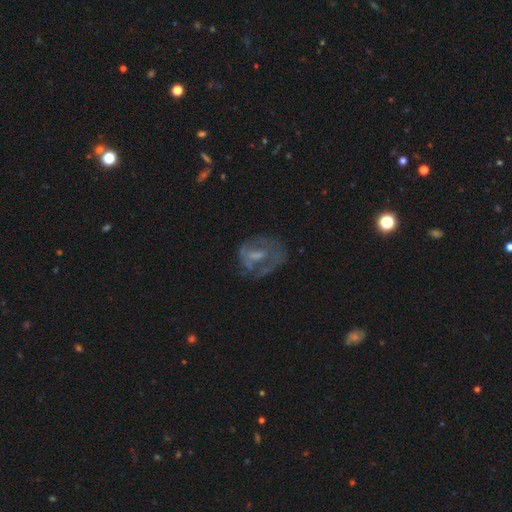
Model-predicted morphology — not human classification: Smooth or featured? Predicted: featured or disk (p=0.61). Edge-on disk? Predicted: no (p=0.96). Bar? Predicted: no (p=0.56). Spiral arms? Predicted: no (p=0.60). Bulge size? Predicted: moderate (p=0.35). Merging? Predicted: none (p=0.48).